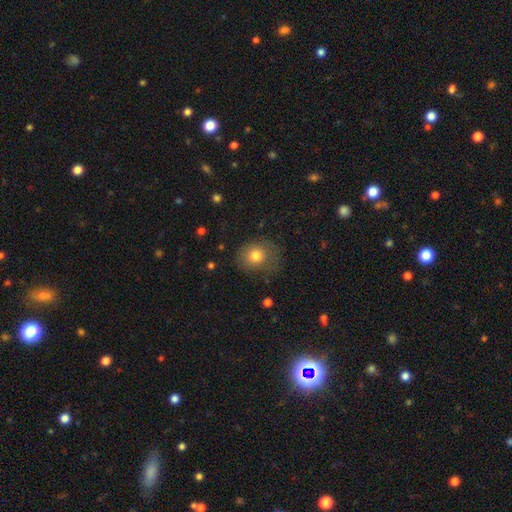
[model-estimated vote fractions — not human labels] Morphology: type=smooth (77%); roundness=round (68%); merging=none (65%).